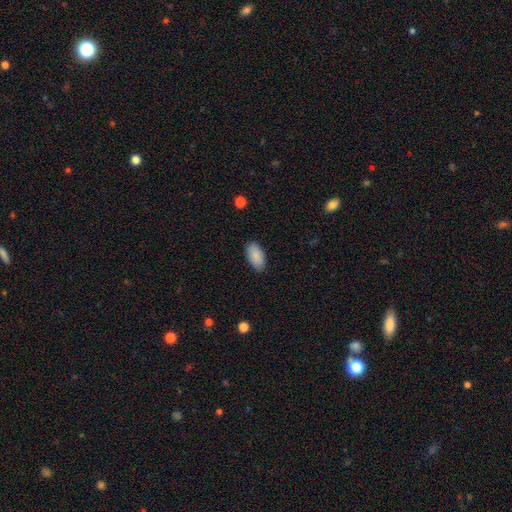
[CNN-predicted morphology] smooth_or_featured: smooth (p=0.89) [alt: star or artifact p=0.06]
how_rounded: in between (p=0.94) [alt: cigar-shaped p=0.03]
merging: none (p=0.86) [alt: minor disturbance p=0.11]